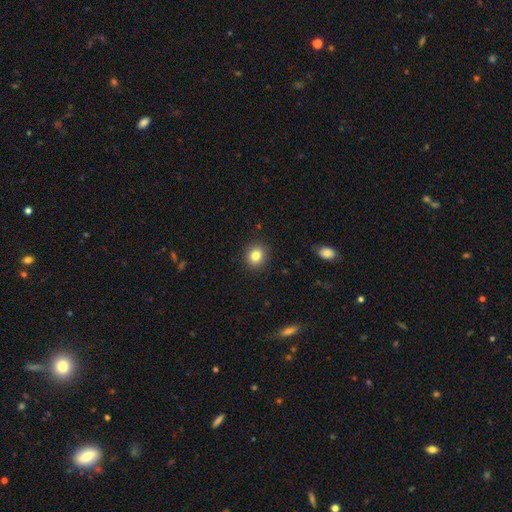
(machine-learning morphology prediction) A smooth galaxy with no disk features (82%) that is round (85%). Merging: none (91%).